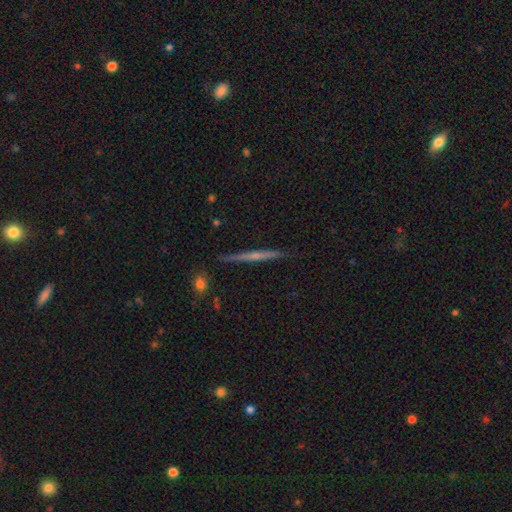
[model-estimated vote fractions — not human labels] featured or disk 61%, smooth 33%, star or artifact 7%. Down the decision tree: edge-on disk — yes (98%); edge-on bulge — none (58%); merging — none (90%).